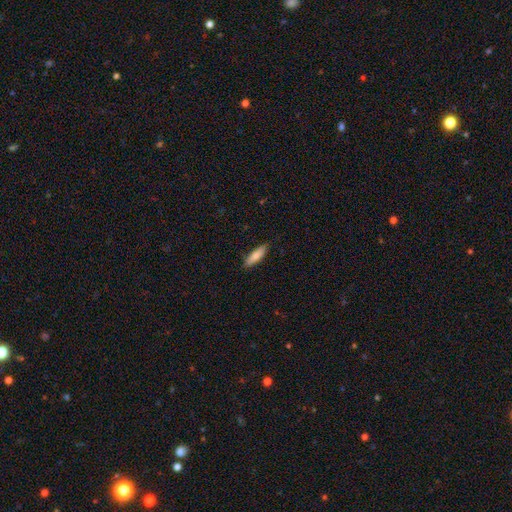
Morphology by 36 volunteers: This is clearly a smooth galaxy (83%). How rounded: likely cigar-shaped (60%). Merging: clearly none (82%).